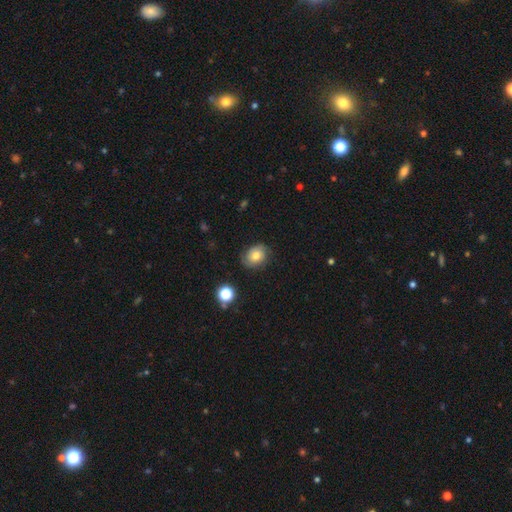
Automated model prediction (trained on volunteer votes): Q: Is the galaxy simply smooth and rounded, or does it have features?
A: featured or disk — 47%.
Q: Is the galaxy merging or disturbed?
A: none — 78%.